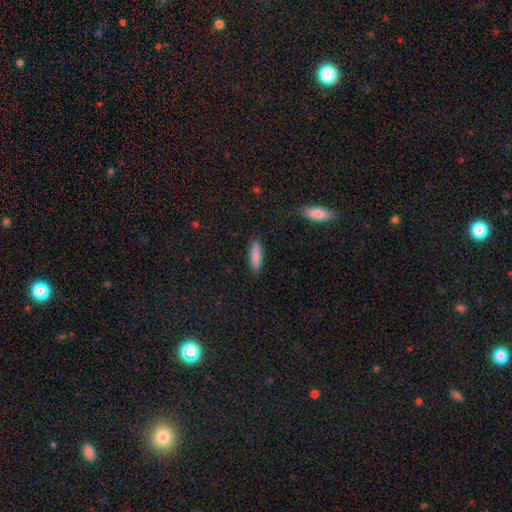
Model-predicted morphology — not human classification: Smooth or featured: smooth — 87% (star or artifact — 7%)
How rounded: cigar-shaped — 57% (in between — 42%)
Merging: none — 88% (minor disturbance — 9%)